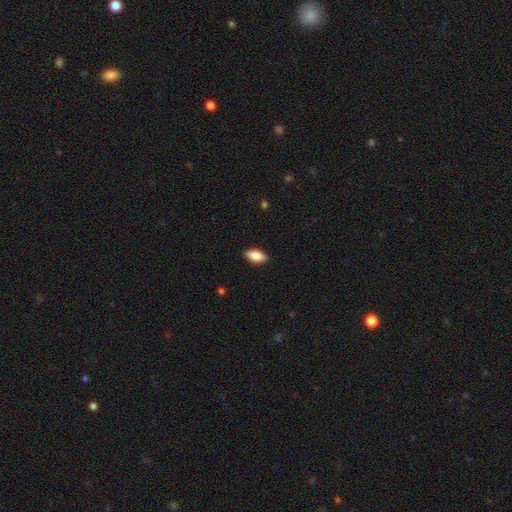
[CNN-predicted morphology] Overall: smooth (85%). How rounded: in between (90%). Merging: none (89%).